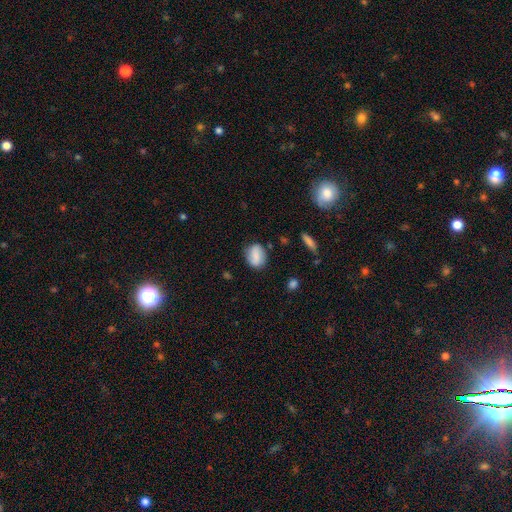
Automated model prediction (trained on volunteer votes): Smooth or featured?
  - smooth: 73% *
  - featured or disk: 19%
  - star or artifact: 8%
How rounded?
  - in between: 64% *
  - round: 34%
  - cigar-shaped: 2%
Merging?
  - none: 75% *
  - minor disturbance: 18%
  - major disturbance: 5%
  - merger: 2%